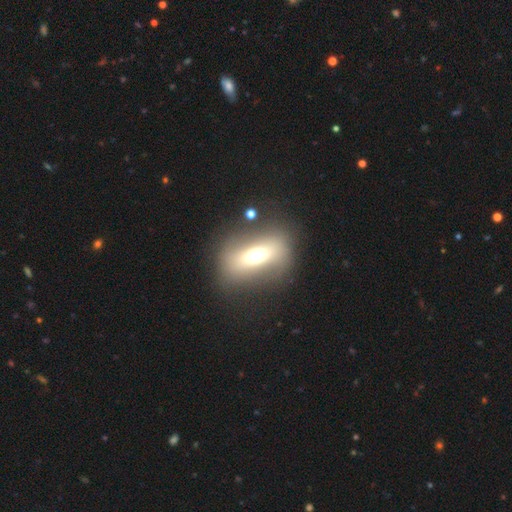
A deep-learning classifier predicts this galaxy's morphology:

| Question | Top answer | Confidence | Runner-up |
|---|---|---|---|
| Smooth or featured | smooth | 53% | featured or disk (30%) |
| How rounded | in between | 61% | round (31%) |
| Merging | none | 73% | minor disturbance (13%) |